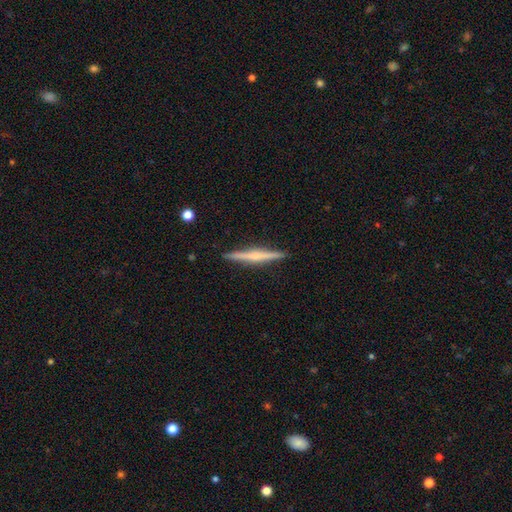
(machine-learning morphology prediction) This is likely a featured or disk galaxy (67%). It is clearly viewed edge-on (98%). Edge-on bulge: likely rounded (63%). Merging: clearly none (92%).